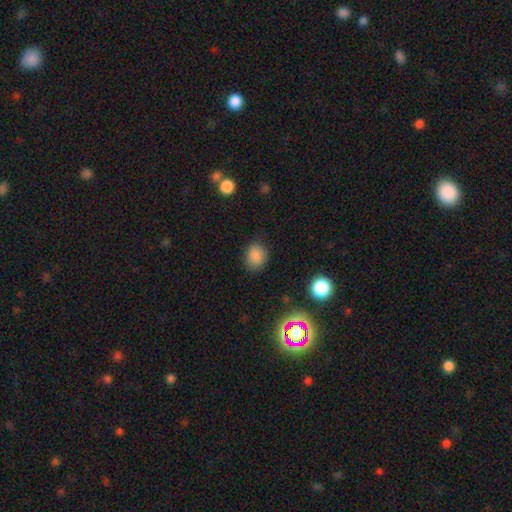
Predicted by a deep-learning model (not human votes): smooth 84%, star or artifact 12%, featured or disk 4%. Down the decision tree: how rounded — round (62%); merging — none (84%).